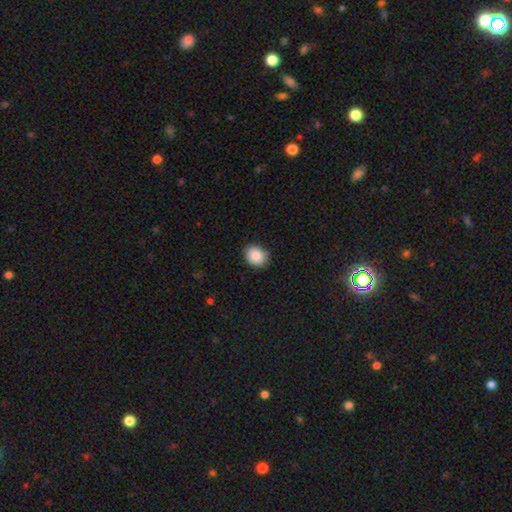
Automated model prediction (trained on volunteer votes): Morphology: type=smooth (88%); roundness=round (61%); merging=none (82%).